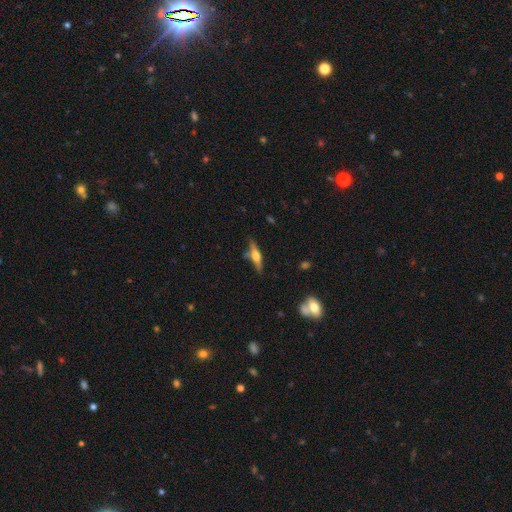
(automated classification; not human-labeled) A featured or disk galaxy (66%) viewed edge-on (96%) with a rounded central bulge (91%).

Vote fractions:
- Smooth or featured? featured or disk: 66% / smooth: 28% / star or artifact: 7%
- Edge-on disk? yes: 96% / no: 4%
- Edge-on bulge? rounded: 91% / boxy: 6% / none: 3%
- Merging? none: 76% / minor disturbance: 15% / merger: 5% / major disturbance: 4%